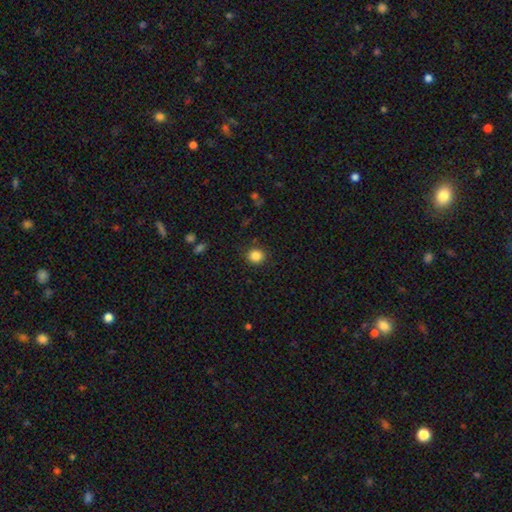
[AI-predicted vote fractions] smooth 85%, star or artifact 11%, featured or disk 4%. Down the decision tree: how rounded — round (84%); merging — none (88%).